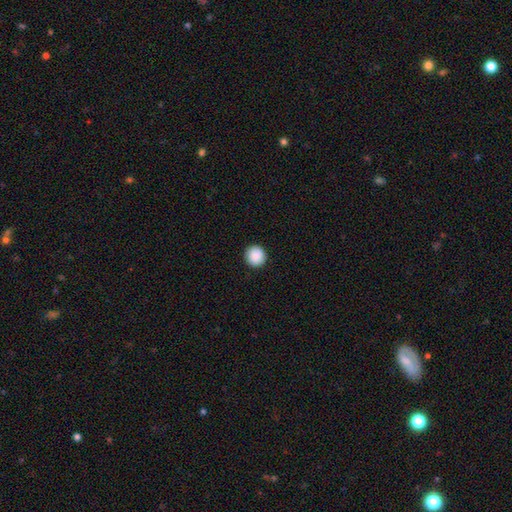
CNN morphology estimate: smooth_or_featured: smooth (p=0.90) [alt: star or artifact p=0.08]
how_rounded: round (p=0.96) [alt: in between p=0.03]
merging: none (p=0.93) [alt: minor disturbance p=0.04]